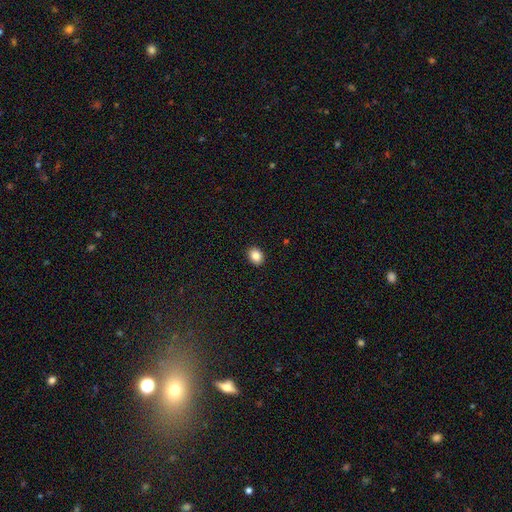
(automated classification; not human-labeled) Overall: smooth (87%). How rounded: in between (54%; round 45%). Merging: none (91%).